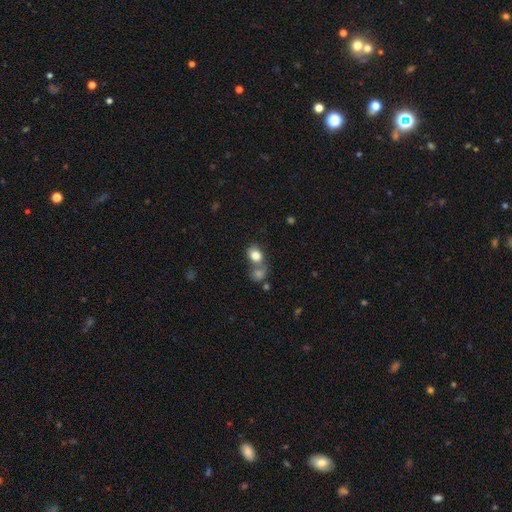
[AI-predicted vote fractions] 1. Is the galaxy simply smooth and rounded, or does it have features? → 82% smooth, 10% star or artifact, 8% featured or disk.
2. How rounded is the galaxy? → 60% in between, 38% round, 1% cigar-shaped.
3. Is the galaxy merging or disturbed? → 43% none, 40% merger, 12% minor disturbance, 6% major disturbance.